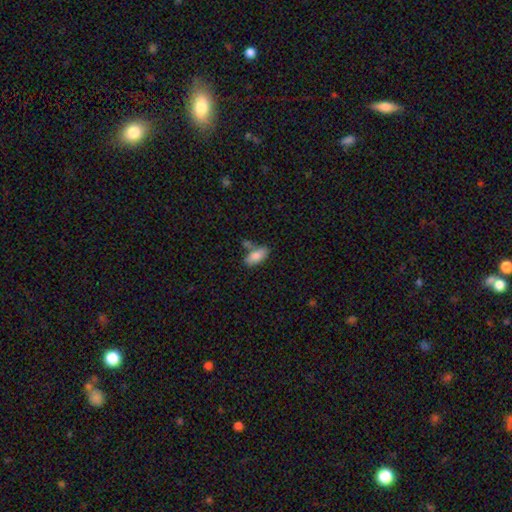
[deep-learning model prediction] Morphology: type=smooth (83%); roundness=in between (88%); merging=none (59%).